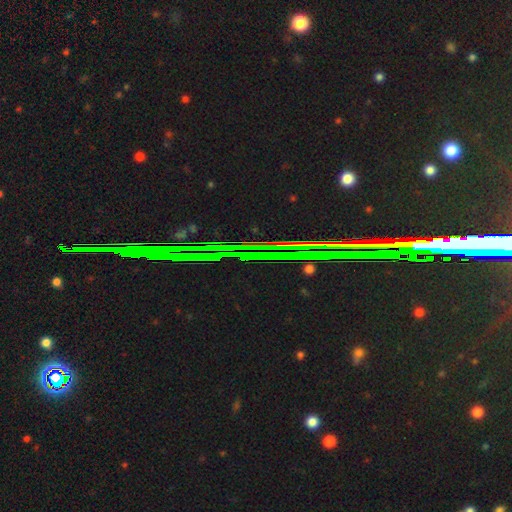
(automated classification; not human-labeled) Q: Smooth or featured?
A: star or artifact (84%); runner-up: featured or disk (9%)